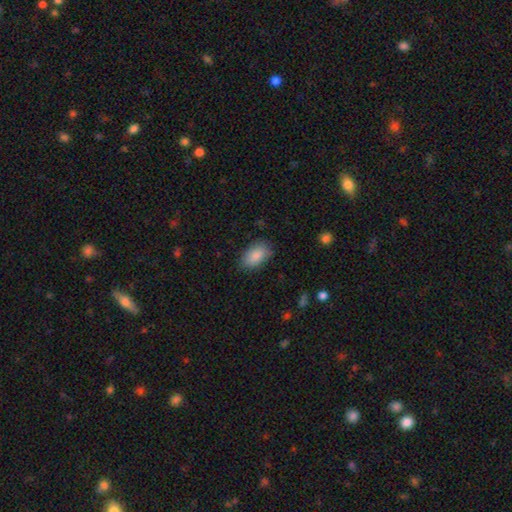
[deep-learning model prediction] smooth-or-featured: smooth: 87% | star or artifact: 7% | featured or disk: 6%
  how-rounded: in between: 93% | round: 6% | cigar-shaped: 2%
  merging: none: 82% | minor disturbance: 14% | major disturbance: 3% | merger: 1%